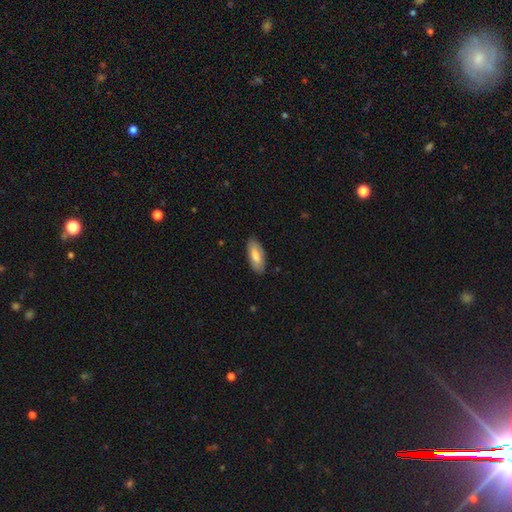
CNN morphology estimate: Smooth or featured?
  - smooth: 78% *
  - featured or disk: 17%
  - star or artifact: 5%
How rounded?
  - in between: 81% *
  - cigar-shaped: 17%
  - round: 2%
Merging?
  - none: 85% *
  - minor disturbance: 12%
  - major disturbance: 2%
  - merger: 1%